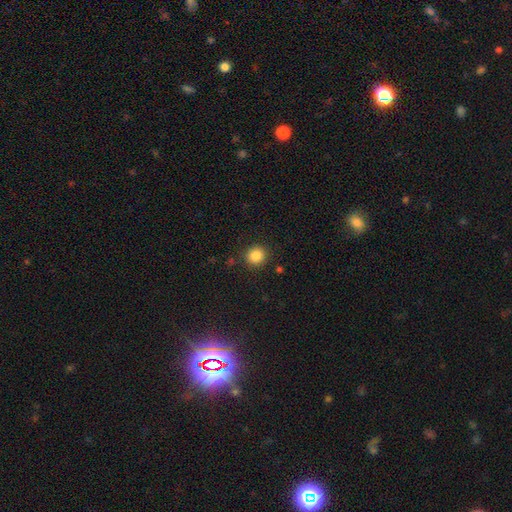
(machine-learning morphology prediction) smooth-or-featured: smooth: 85% | star or artifact: 11% | featured or disk: 4%
  how-rounded: round: 90% | in between: 9% | cigar-shaped: 1%
  merging: none: 88% | minor disturbance: 7% | major disturbance: 3% | merger: 2%